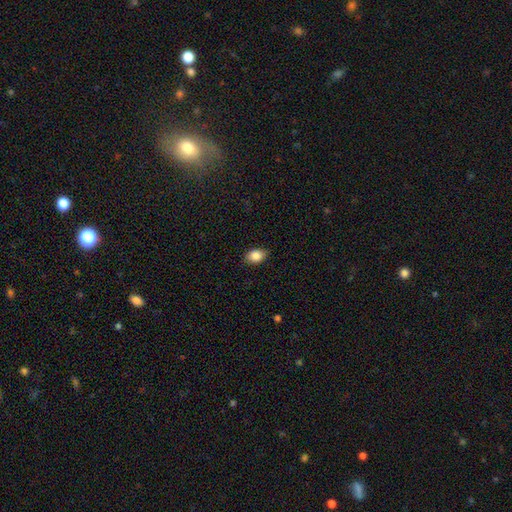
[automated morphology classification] Overall: smooth (86%). How rounded: in between (78%). Merging: none (86%).